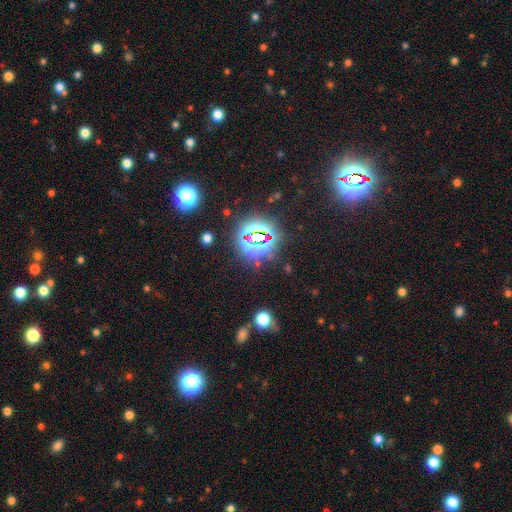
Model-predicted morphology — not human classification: Overall: star or artifact (81%).